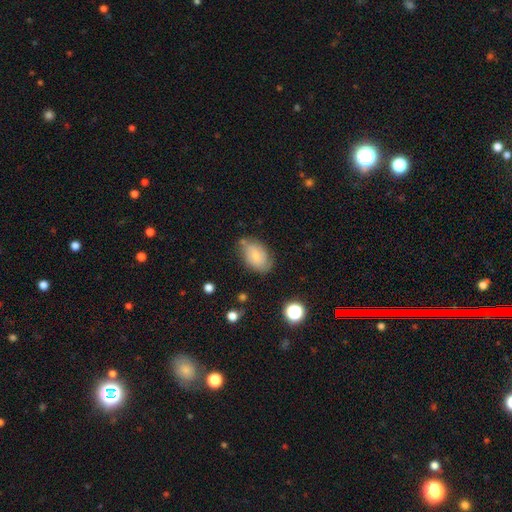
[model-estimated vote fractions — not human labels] Smooth or featured: smooth — 52% (featured or disk — 40%)
How rounded: in between — 85% (round — 14%)
Merging: none — 58% (minor disturbance — 28%)